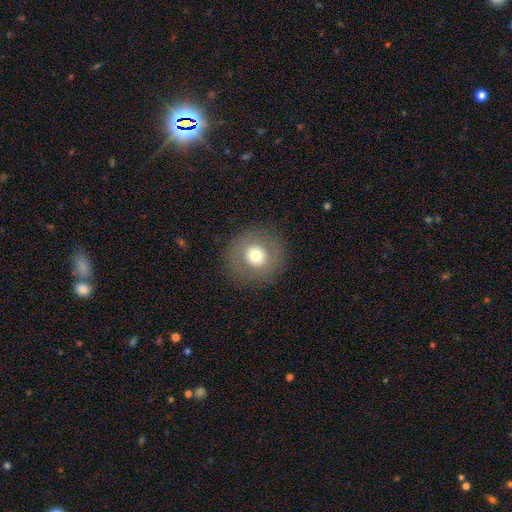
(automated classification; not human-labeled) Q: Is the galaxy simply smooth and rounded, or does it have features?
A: smooth — 68%.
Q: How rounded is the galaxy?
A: round — 94%.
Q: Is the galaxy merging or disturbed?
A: none — 88%.